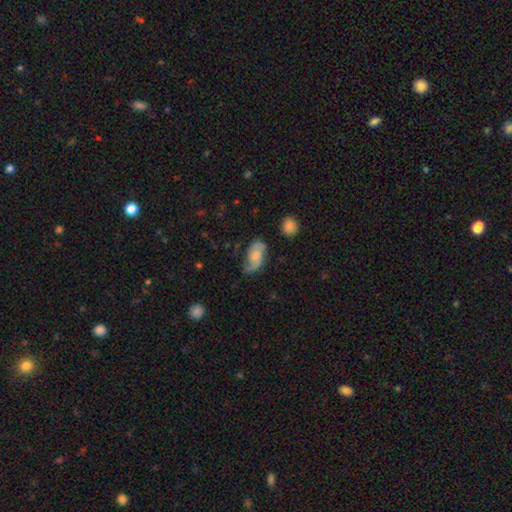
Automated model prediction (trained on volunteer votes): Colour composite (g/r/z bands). It shows a featured or disk galaxy (64%) with no bar (67%), 2 (77%) medium (43%) spiral arms (91%) and a moderate central bulge (46%). Merging: none (60%).